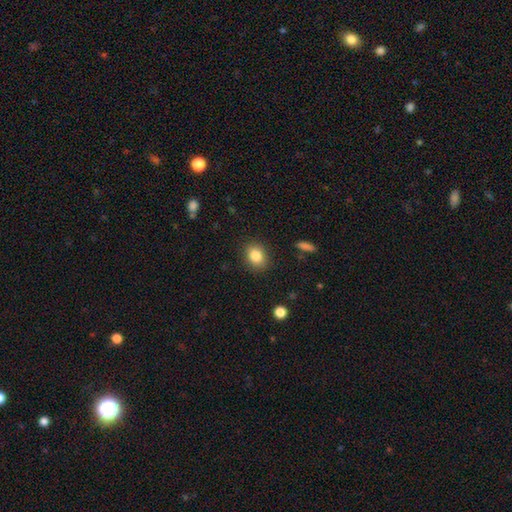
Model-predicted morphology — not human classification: smooth-or-featured: smooth: 84% | star or artifact: 9% | featured or disk: 7%
  how-rounded: in between: 54% | round: 45% | cigar-shaped: 1%
  merging: none: 87% | minor disturbance: 9% | major disturbance: 3% | merger: 1%